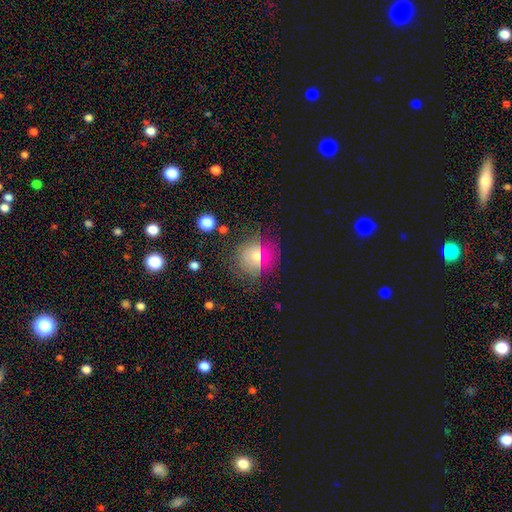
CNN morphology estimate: Q: Smooth or featured?
A: smooth (57%); runner-up: star or artifact (23%)
Q: How rounded?
A: round (83%); runner-up: in between (15%)
Q: Merging?
A: none (73%); runner-up: minor disturbance (16%)